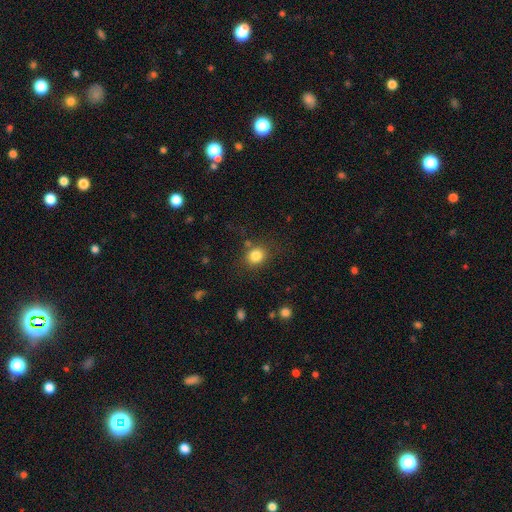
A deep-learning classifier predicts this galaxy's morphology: smooth-or-featured: smooth: 83% | star or artifact: 11% | featured or disk: 6%
  how-rounded: round: 72% | in between: 27% | cigar-shaped: 1%
  merging: none: 79% | minor disturbance: 11% | merger: 5% | major disturbance: 4%